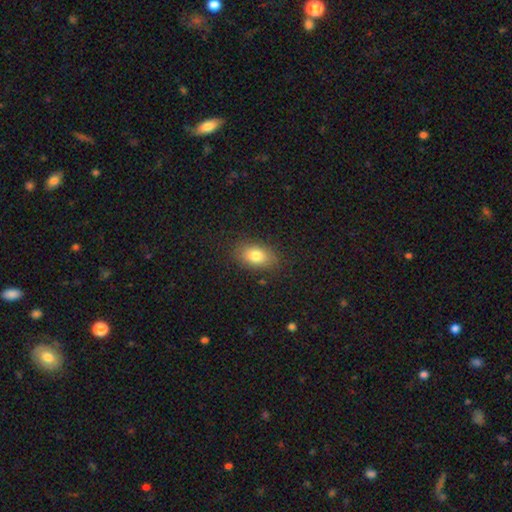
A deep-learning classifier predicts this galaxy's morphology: smooth 80%, featured or disk 11%, star or artifact 10%. Down the decision tree: how rounded — in between (83%); merging — none (83%).